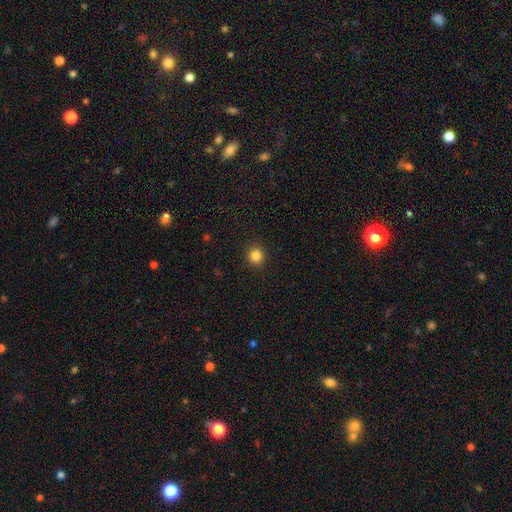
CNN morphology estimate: smooth-or-featured: smooth: 84% | star or artifact: 12% | featured or disk: 4%
  how-rounded: round: 92% | in between: 7% | cigar-shaped: 1%
  merging: none: 92% | minor disturbance: 5% | major disturbance: 2% | merger: 1%